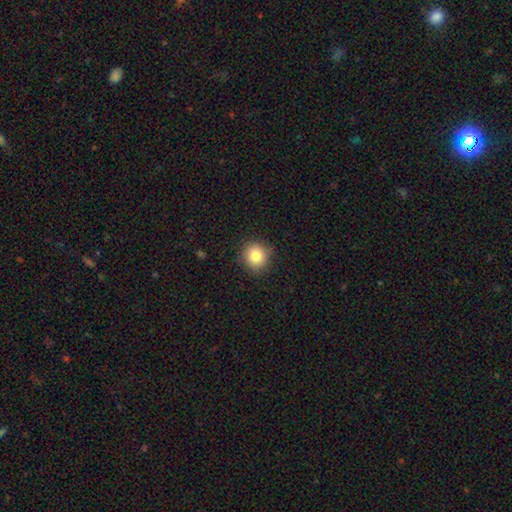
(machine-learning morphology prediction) This appears to be a smooth galaxy with no disk features (82%) that is round (91%). Merging: none (88%).